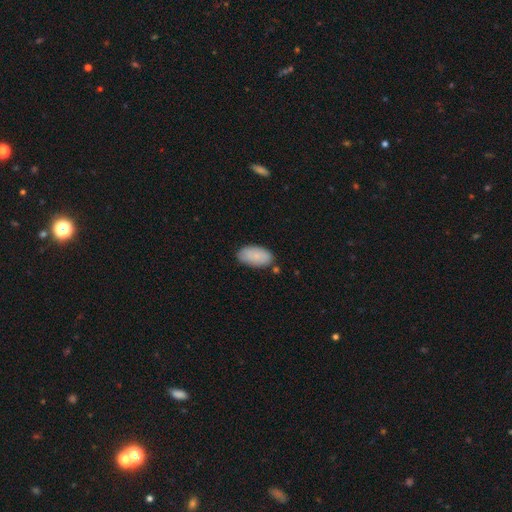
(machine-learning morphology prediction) Overall: smooth (85%). How rounded: in between (95%). Merging: none (80%).